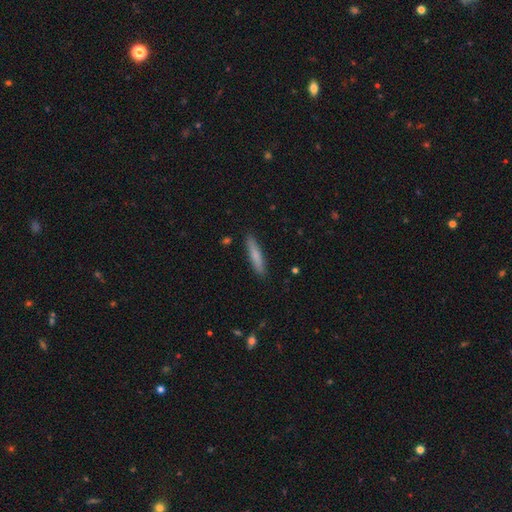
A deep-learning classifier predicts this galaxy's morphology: Smooth or featured? smooth (77%)
How rounded? cigar-shaped (90%)
Merging? none (89%)